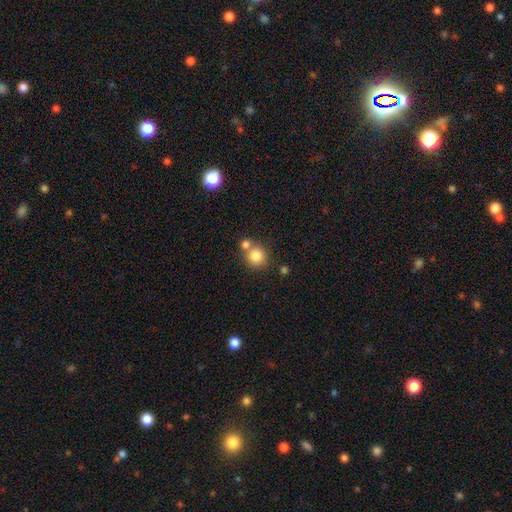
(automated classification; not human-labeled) Smooth or featured? Predicted: smooth (p=0.82). How rounded? Predicted: round (p=0.88). Merging? Predicted: none (p=0.54).